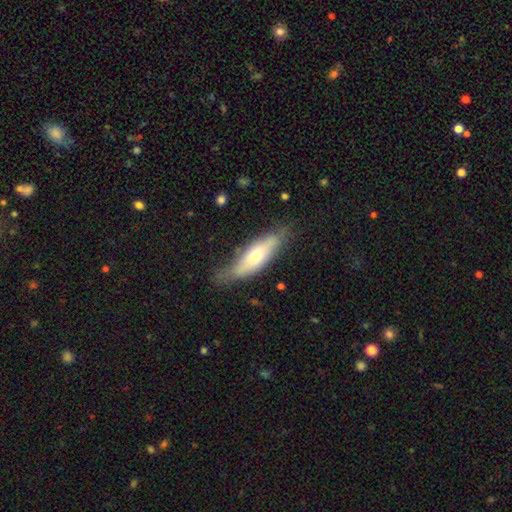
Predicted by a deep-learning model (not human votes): Overall: smooth (55%; featured or disk 40%). How rounded: in between (49%, tied with cigar-shaped). Merging: none (67%).